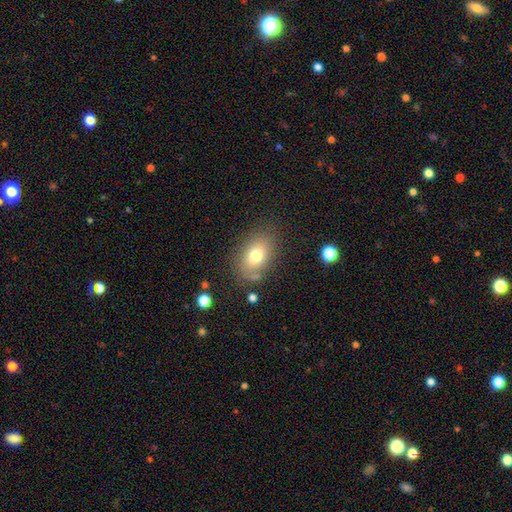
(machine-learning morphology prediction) A smooth galaxy with no disk features (74%) that is in between round and cigar-shaped (82%).

Vote fractions:
- Smooth or featured? smooth: 74% / featured or disk: 16% / star or artifact: 11%
- How rounded? in between: 82% / round: 16% / cigar-shaped: 2%
- Merging? none: 76% / minor disturbance: 15% / major disturbance: 5% / merger: 4%